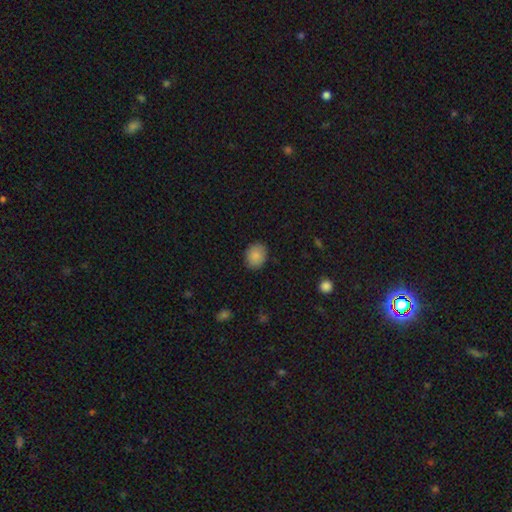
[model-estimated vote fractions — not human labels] This is clearly a smooth galaxy (87%). How rounded: possibly round (50%). Merging: clearly none (85%).